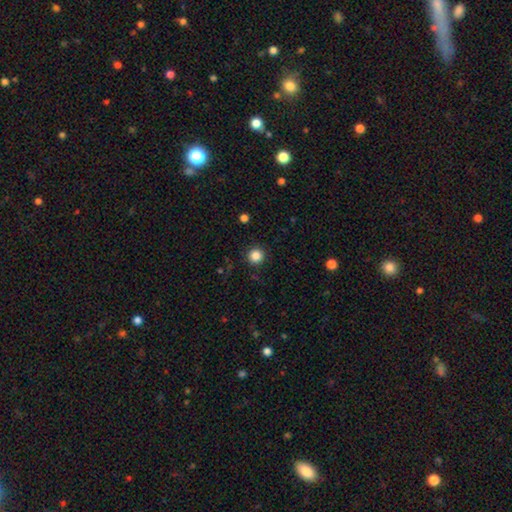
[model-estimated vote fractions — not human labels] Smooth or featured?
  - smooth: 85% *
  - star or artifact: 11%
  - featured or disk: 4%
How rounded?
  - round: 95% *
  - in between: 4%
  - cigar-shaped: 1%
Merging?
  - none: 91% *
  - minor disturbance: 5%
  - major disturbance: 2%
  - merger: 1%